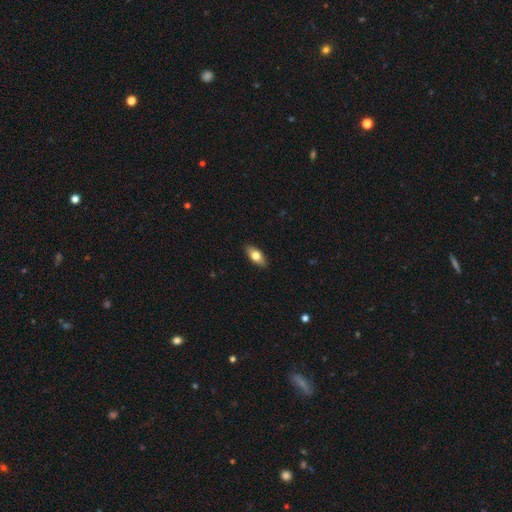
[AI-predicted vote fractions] Smooth or featured? Predicted: smooth (p=0.71). How rounded? Predicted: in between (p=0.85). Merging? Predicted: none (p=0.88).